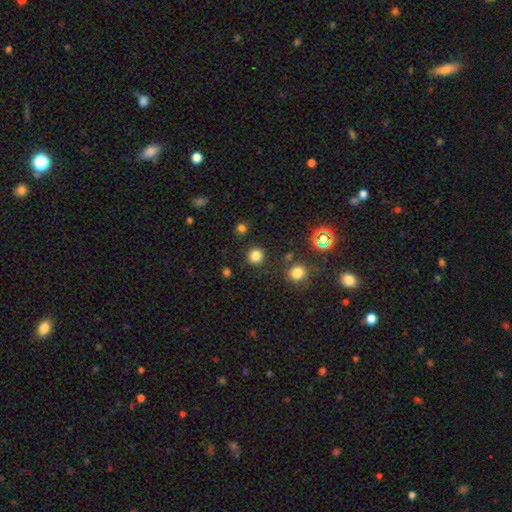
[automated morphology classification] smooth-or-featured: smooth: 80% | star or artifact: 16% | featured or disk: 4%
  how-rounded: round: 91% | in between: 9% | cigar-shaped: 1%
  merging: none: 88% | minor disturbance: 7% | major disturbance: 3% | merger: 3%